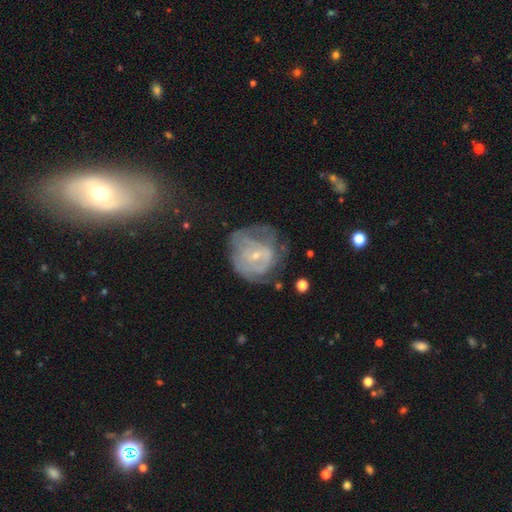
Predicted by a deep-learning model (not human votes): A featured or disk galaxy (71%) with no bar (63%), spiral arms (69%) and a small central bulge (77%).

Vote fractions:
- Smooth or featured? featured or disk: 71% / smooth: 20% / star or artifact: 9%
- Edge-on disk? no: 97% / yes: 3%
- Bar? no: 63% / weak: 30% / strong: 7%
- Spiral arms? yes: 69% / no: 31%
- Bulge size? small: 77% / moderate: 18% / none: 3% / large: 1% / dominant: 1%
- Merging? none: 43% / major disturbance: 29% / minor disturbance: 26% / merger: 3%